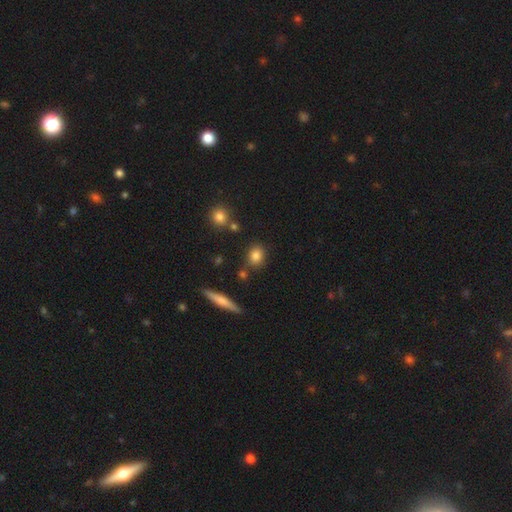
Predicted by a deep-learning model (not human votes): The model was most divided on "how rounded": round: 54%, in between: 42%, cigar-shaped: 4%. More confident: smooth or featured — smooth (81%); merging — none (79%).